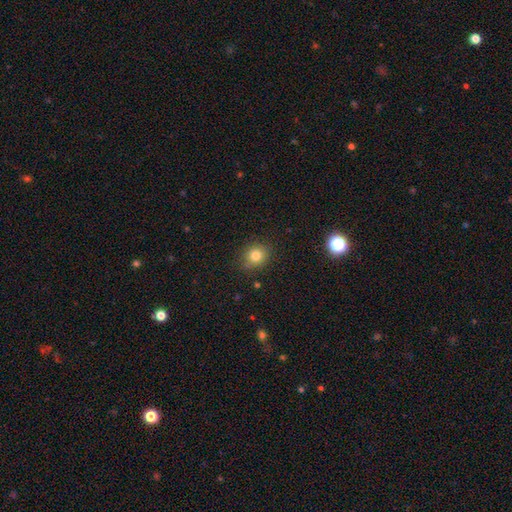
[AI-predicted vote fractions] Smooth or featured? smooth (79%)
How rounded? round (70%)
Merging? none (84%)